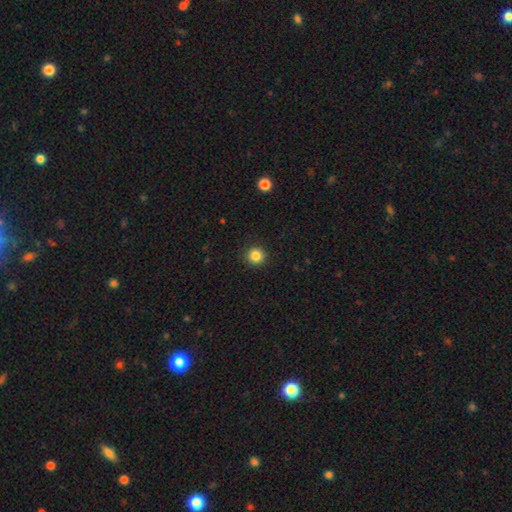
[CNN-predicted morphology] This appears to be a smooth galaxy with no disk features (84%) that is round (95%). Merging: none (92%).